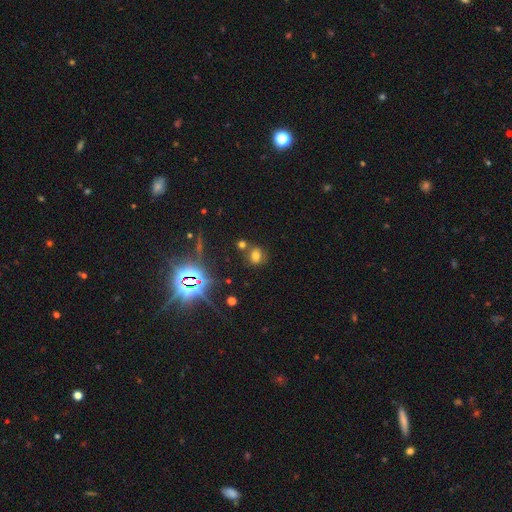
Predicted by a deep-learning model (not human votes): This appears to be a smooth galaxy with no disk features (60%) that is round (56%). Merging: none (71%).